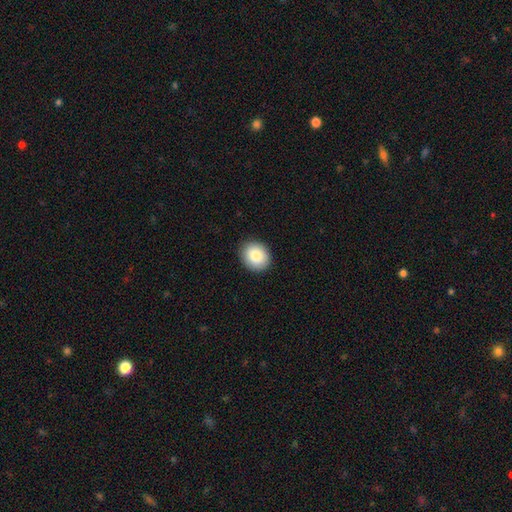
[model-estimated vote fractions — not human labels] Overall: smooth (86%). How rounded: round (63%; in between 36%). Merging: none (90%).